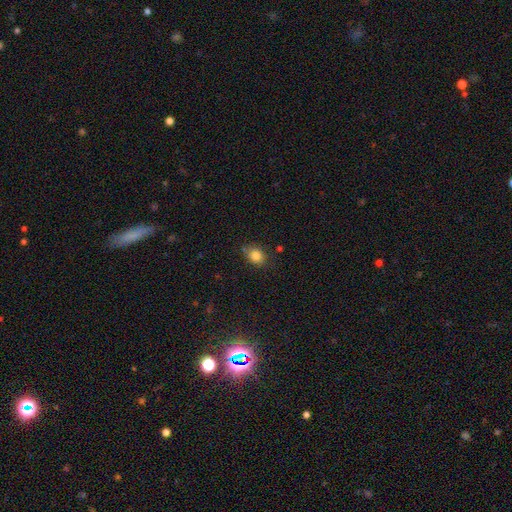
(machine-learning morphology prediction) This is clearly a smooth galaxy (82%). How rounded: possibly round (53%). Merging: likely none (77%).